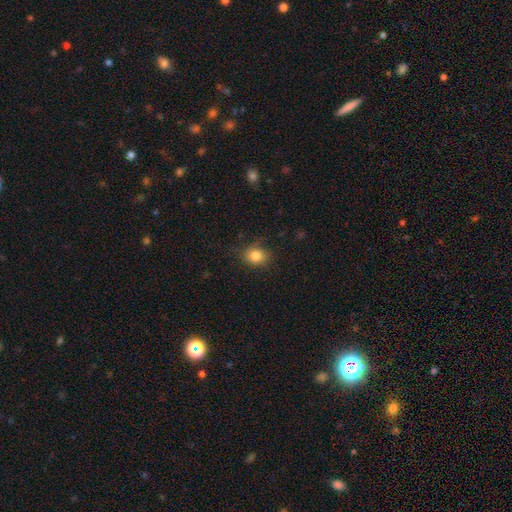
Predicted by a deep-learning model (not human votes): A smooth galaxy with no disk features (83%) that is round (56%).

Vote fractions:
- Smooth or featured? smooth: 83% / star or artifact: 11% / featured or disk: 6%
- How rounded? round: 56% / in between: 43% / cigar-shaped: 1%
- Merging? none: 82% / minor disturbance: 14% / major disturbance: 4% / merger: 1%